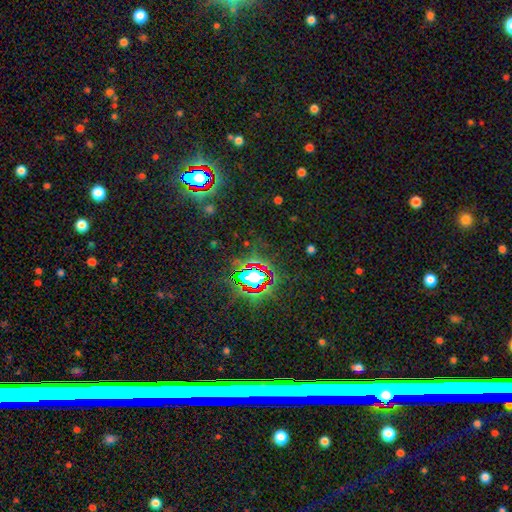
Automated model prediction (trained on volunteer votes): star or artifact 80%, featured or disk 11%, smooth 9%.